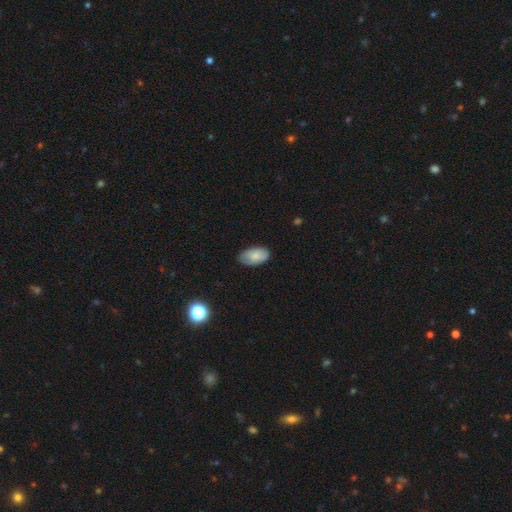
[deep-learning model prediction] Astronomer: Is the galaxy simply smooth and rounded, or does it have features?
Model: smooth — 80%.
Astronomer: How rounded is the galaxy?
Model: in between — 94%.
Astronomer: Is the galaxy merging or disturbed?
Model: none — 75%.